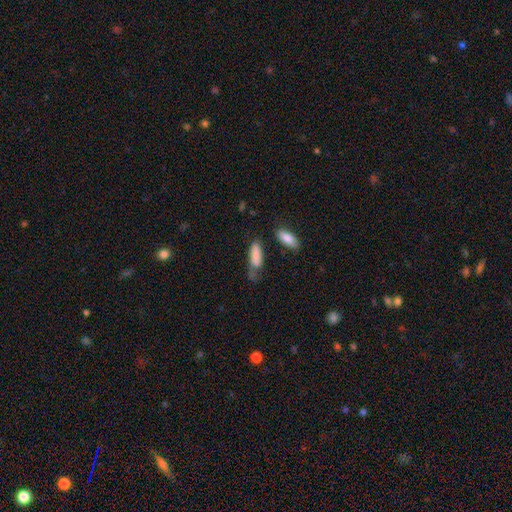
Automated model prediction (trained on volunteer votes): Smooth or featured: smooth — 80% (featured or disk — 12%)
How rounded: in between — 63% (cigar-shaped — 35%)
Merging: none — 35% (minor disturbance — 31%)